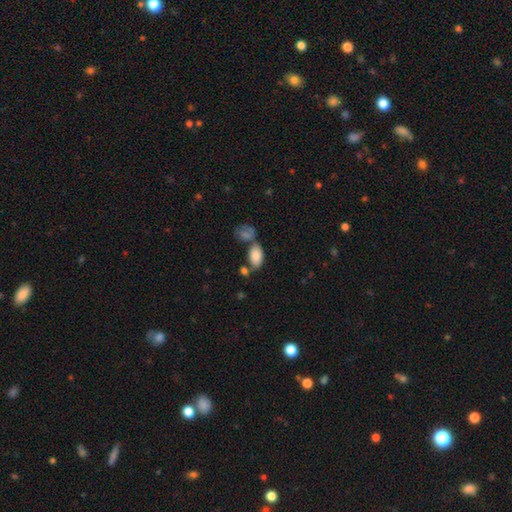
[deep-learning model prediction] Smooth or featured? smooth (84%)
How rounded? in between (93%)
Merging? none (55%)